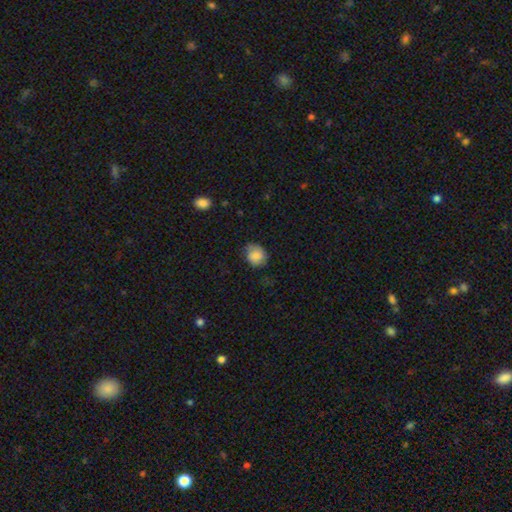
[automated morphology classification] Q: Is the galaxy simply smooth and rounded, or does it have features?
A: smooth — 82%.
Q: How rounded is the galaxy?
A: round — 68%.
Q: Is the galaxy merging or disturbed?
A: none — 69%.